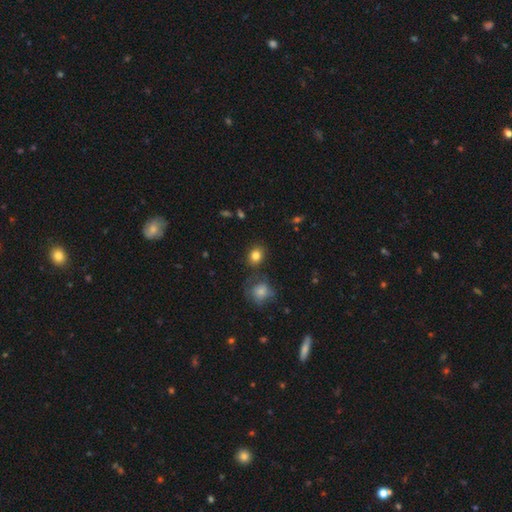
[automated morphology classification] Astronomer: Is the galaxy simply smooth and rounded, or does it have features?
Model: smooth — 82%.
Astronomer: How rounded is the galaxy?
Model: round — 64%.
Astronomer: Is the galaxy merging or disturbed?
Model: none — 78%.